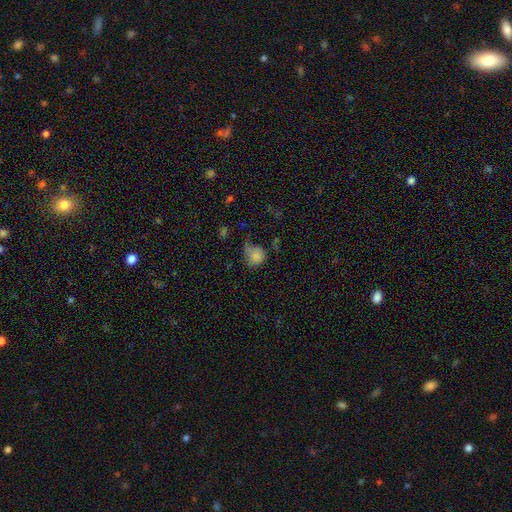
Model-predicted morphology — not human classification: A smooth galaxy with no disk features (74%) that is round (67%). Merging: none (34%).